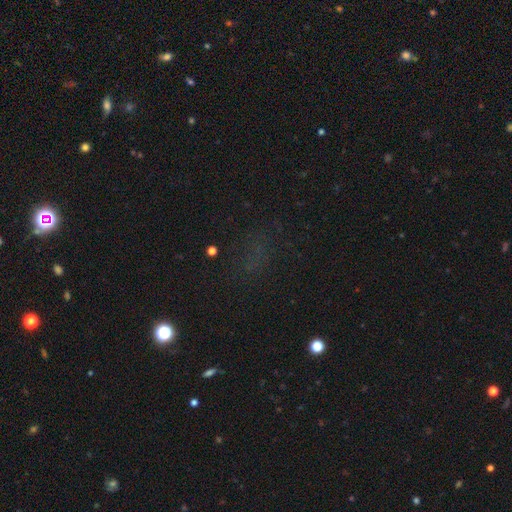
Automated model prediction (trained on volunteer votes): Smooth or featured?
  - star or artifact: 59% *
  - smooth: 28%
  - featured or disk: 13%